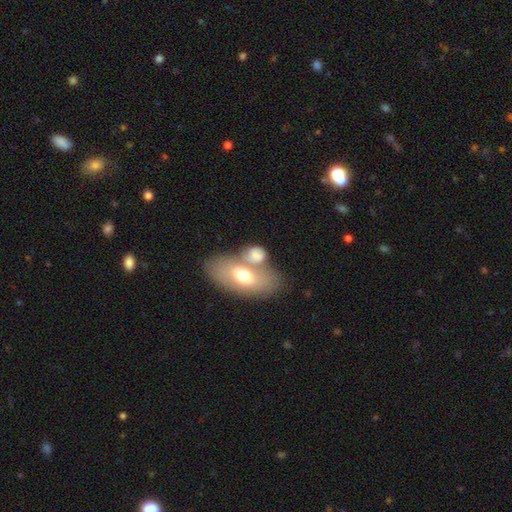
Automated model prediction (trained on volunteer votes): The model was most divided on "merging": merger: 46%, none: 35%, minor disturbance: 12%, major disturbance: 7%. More confident: how rounded — in between (81%); smooth or featured — smooth (63%).